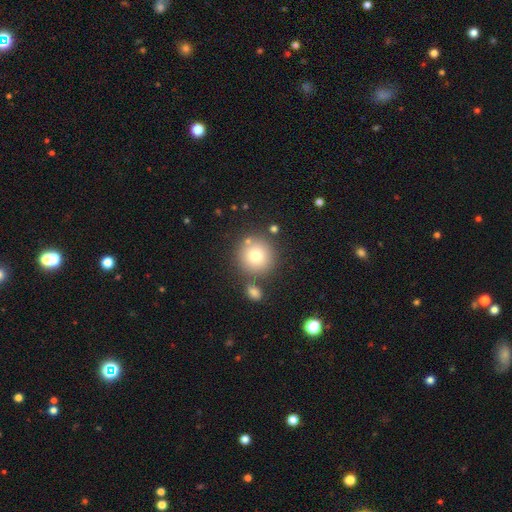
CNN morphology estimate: A smooth galaxy with no disk features (77%) that is round (94%).

Vote fractions:
- Smooth or featured? smooth: 77% / featured or disk: 12% / star or artifact: 11%
- How rounded? round: 94% / in between: 5% / cigar-shaped: 1%
- Merging? none: 76% / merger: 12% / minor disturbance: 9% / major disturbance: 3%